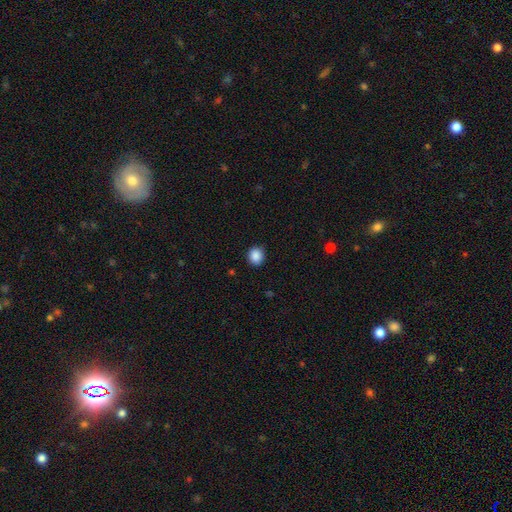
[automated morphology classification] Q: Smooth or featured?
A: smooth (88%); runner-up: star or artifact (9%)
Q: How rounded?
A: round (81%); runner-up: in between (18%)
Q: Merging?
A: none (89%); runner-up: minor disturbance (8%)